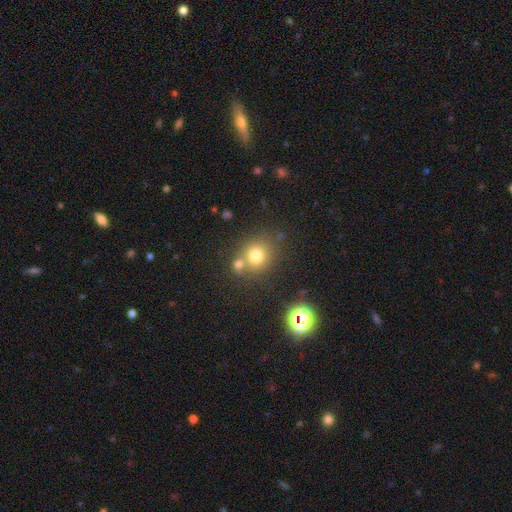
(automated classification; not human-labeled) Morphology: type=smooth (74%); roundness=round (81%); merging=none (60%).